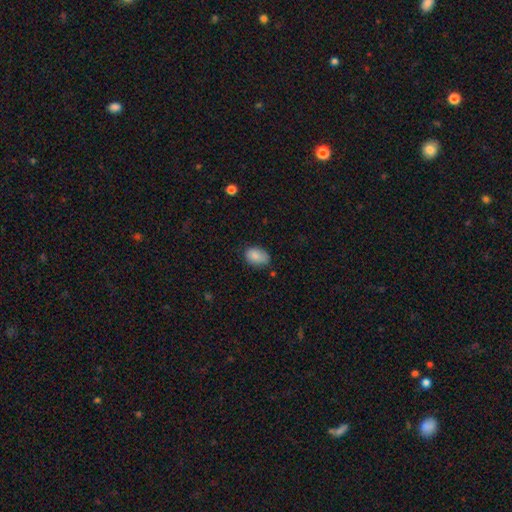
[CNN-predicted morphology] smooth-or-featured: smooth: 85% | star or artifact: 8% | featured or disk: 8%
  how-rounded: in between: 84% | round: 15% | cigar-shaped: 1%
  merging: none: 65% | minor disturbance: 28% | major disturbance: 5% | merger: 2%